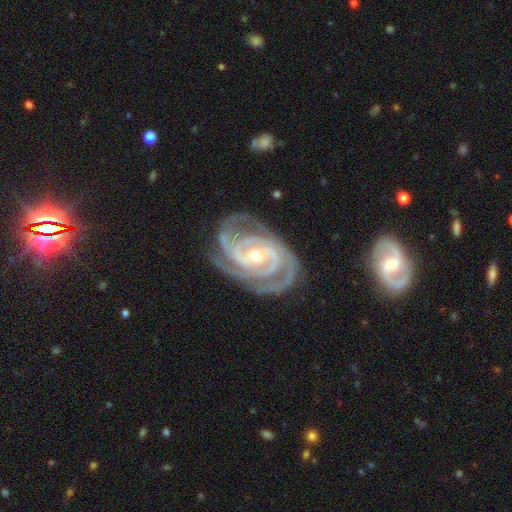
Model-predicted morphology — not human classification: smooth_or_featured: featured or disk (p=0.93) [alt: star or artifact p=0.04]
disk_edge_on: no (p=0.97) [alt: yes p=0.03]
bar: weak (p=0.39) [alt: no p=0.37]
has_spiral_arms: yes (p=0.99) [alt: no p=0.01]
spiral_winding: tight (p=0.72) [alt: medium p=0.25]
spiral_arm_count: 3 (p=0.41) [alt: 2 p=0.22]
bulge_size: small (p=0.53) [alt: moderate p=0.44]
merging: none (p=0.74) [alt: minor disturbance p=0.18]